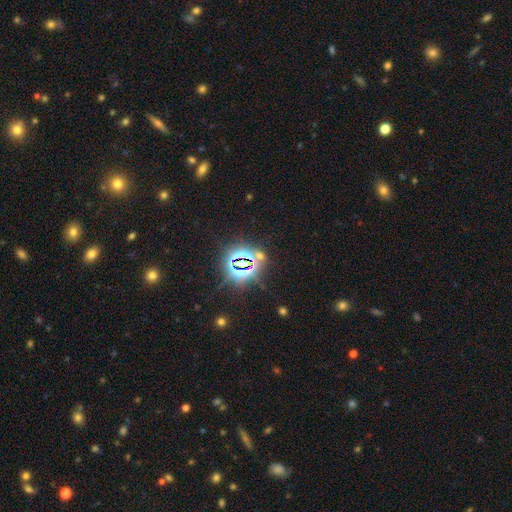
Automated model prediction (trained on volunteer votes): Overall: star or artifact (80%).